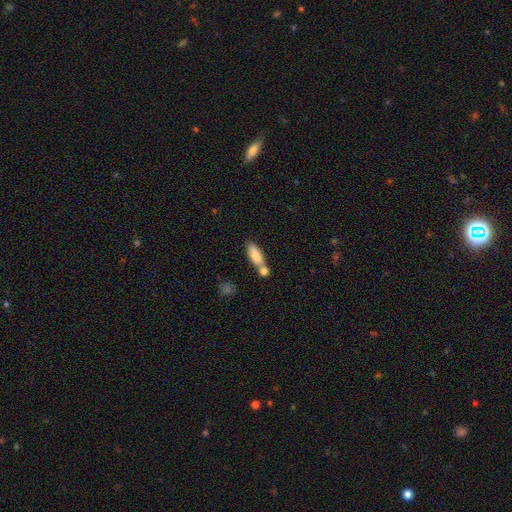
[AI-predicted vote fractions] Smooth or featured?
  - smooth: 83% *
  - featured or disk: 10%
  - star or artifact: 7%
How rounded?
  - in between: 64% *
  - cigar-shaped: 33%
  - round: 3%
Merging?
  - none: 50% *
  - merger: 34%
  - minor disturbance: 13%
  - major disturbance: 4%